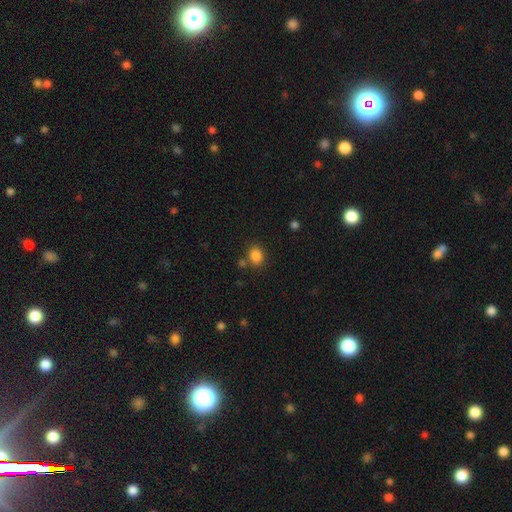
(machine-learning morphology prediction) This appears to be a smooth galaxy with no disk features (85%) that is round (50%). Merging: none (76%).